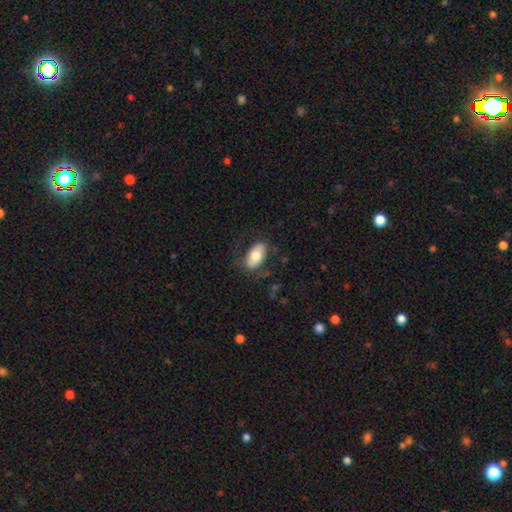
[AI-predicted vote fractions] smooth-or-featured: smooth: 69% | featured or disk: 25% | star or artifact: 6%
  how-rounded: in between: 92% | round: 4% | cigar-shaped: 3%
  merging: none: 72% | minor disturbance: 17% | major disturbance: 9% | merger: 1%